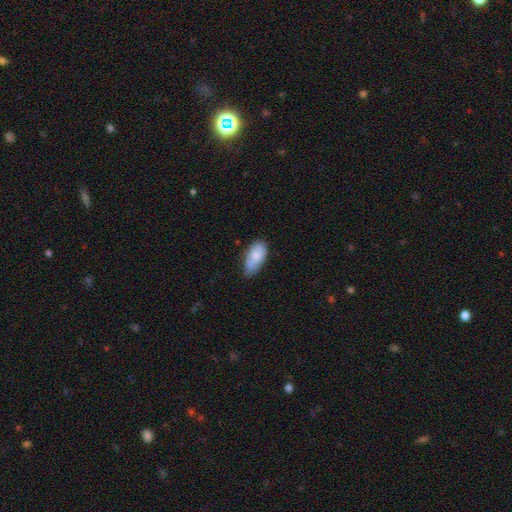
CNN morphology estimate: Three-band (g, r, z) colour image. It shows a smooth galaxy with no disk features (75%) that is in between round and cigar-shaped (93%). Merging: none (51%).